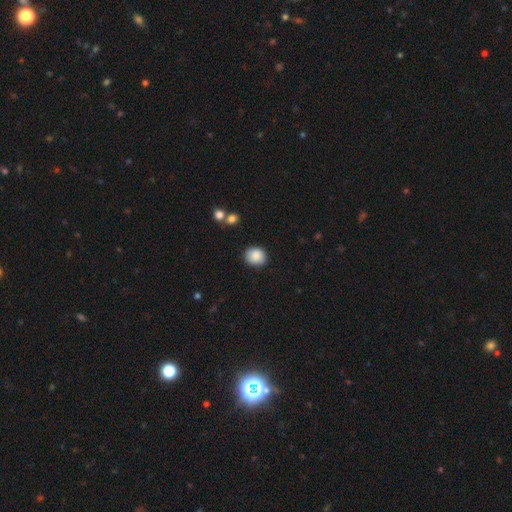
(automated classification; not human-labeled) Q: Smooth or featured?
A: smooth (87%); runner-up: star or artifact (8%)
Q: How rounded?
A: round (73%); runner-up: in between (26%)
Q: Merging?
A: none (84%); runner-up: minor disturbance (11%)